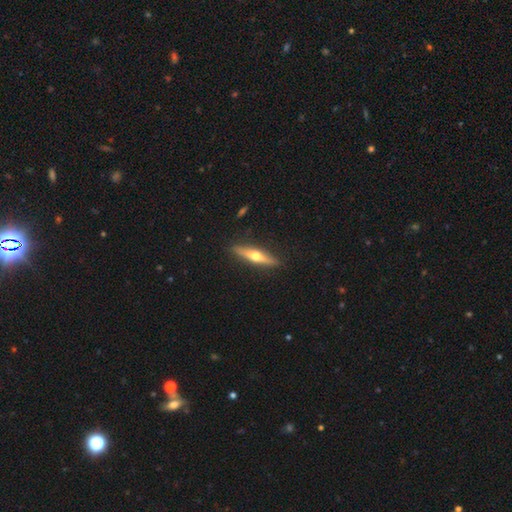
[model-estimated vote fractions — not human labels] featured or disk 60%, smooth 35%, star or artifact 5%. Down the decision tree: edge-on disk — yes (94%); edge-on bulge — rounded (94%); merging — none (89%).